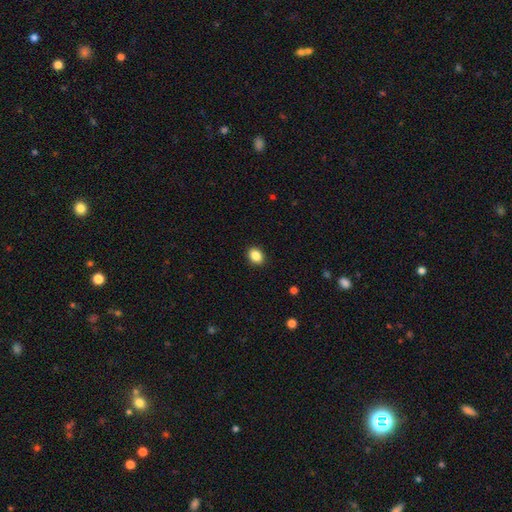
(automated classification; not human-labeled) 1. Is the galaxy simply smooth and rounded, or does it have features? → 87% smooth, 9% star or artifact, 4% featured or disk.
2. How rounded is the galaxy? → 64% in between, 35% round, 1% cigar-shaped.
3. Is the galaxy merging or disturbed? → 91% none, 6% minor disturbance, 2% major disturbance, 1% merger.